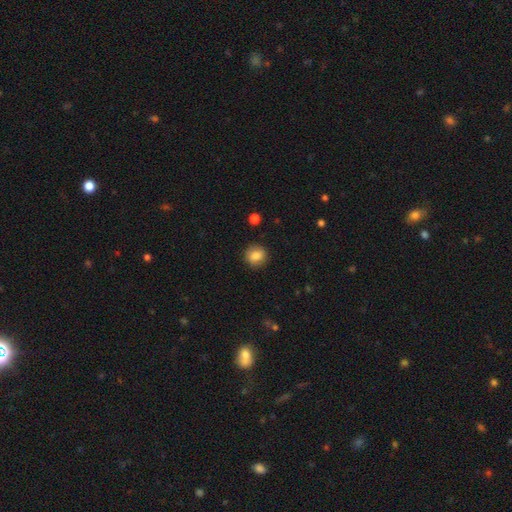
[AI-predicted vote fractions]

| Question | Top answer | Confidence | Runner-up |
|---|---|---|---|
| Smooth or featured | smooth | 85% | star or artifact (9%) |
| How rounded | round | 81% | in between (18%) |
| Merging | none | 88% | minor disturbance (8%) |